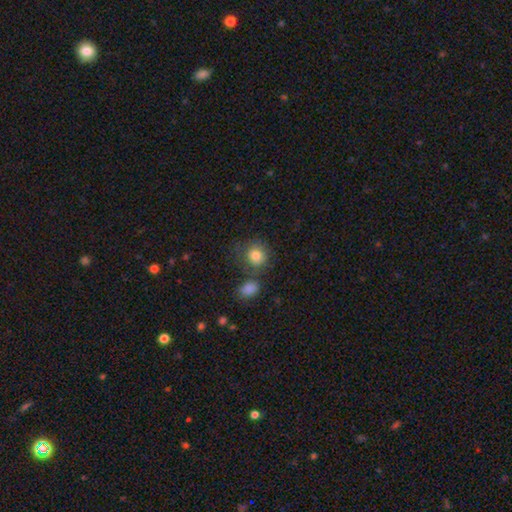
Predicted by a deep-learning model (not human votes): Smooth or featured: smooth — 83% (star or artifact — 10%)
How rounded: round — 81% (in between — 18%)
Merging: none — 65% (merger — 15%)